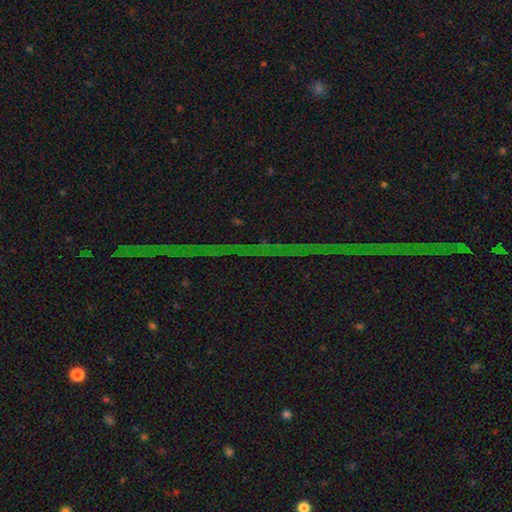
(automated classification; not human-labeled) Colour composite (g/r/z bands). It shows a star or artifact, not a galaxy (79%).